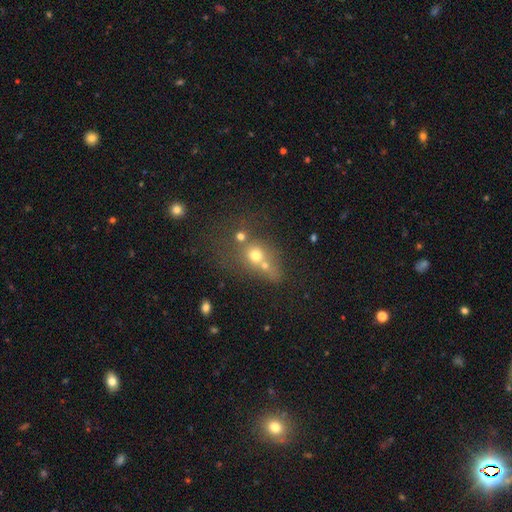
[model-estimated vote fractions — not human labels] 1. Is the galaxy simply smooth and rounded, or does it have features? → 60% smooth, 21% featured or disk, 19% star or artifact.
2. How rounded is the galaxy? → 64% round, 32% in between, 4% cigar-shaped.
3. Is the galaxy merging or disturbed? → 51% merger, 31% none, 10% minor disturbance, 9% major disturbance.